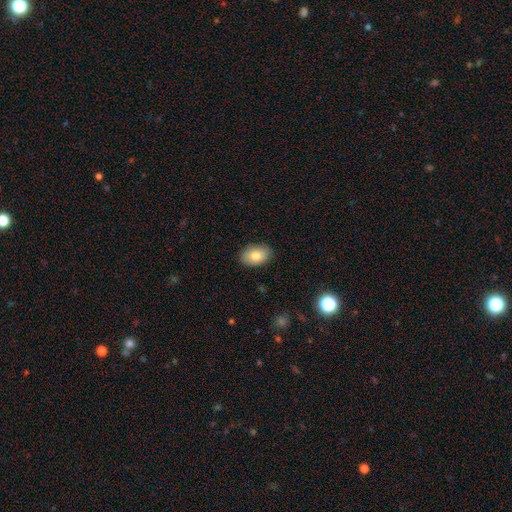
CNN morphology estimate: A smooth galaxy with no disk features (81%) that is in between round and cigar-shaped (85%). Merging: none (87%).